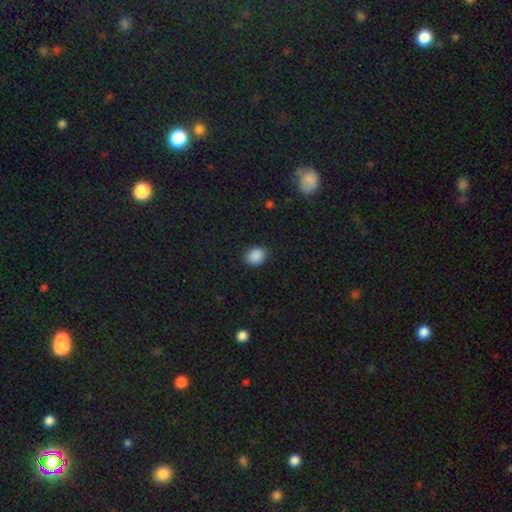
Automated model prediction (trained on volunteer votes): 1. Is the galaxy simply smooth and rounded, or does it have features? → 88% smooth, 9% star or artifact, 3% featured or disk.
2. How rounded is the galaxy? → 51% round, 48% in between, 1% cigar-shaped.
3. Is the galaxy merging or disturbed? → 87% none, 10% minor disturbance, 3% major disturbance, 1% merger.